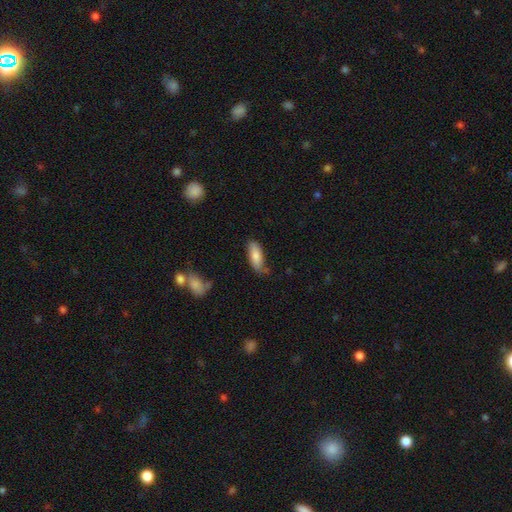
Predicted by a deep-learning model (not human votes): The model was most divided on "merging": none: 64%, minor disturbance: 26%, major disturbance: 6%, merger: 4%. More confident: smooth or featured — smooth (79%); how rounded — in between (71%).